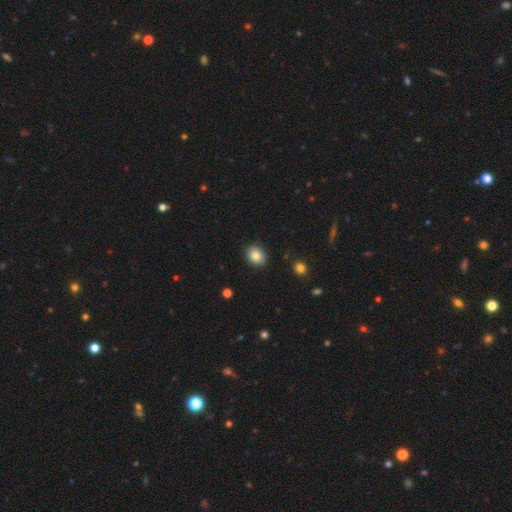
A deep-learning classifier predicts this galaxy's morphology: type=smooth (83%); roundness=round (51%); merging=none (88%).